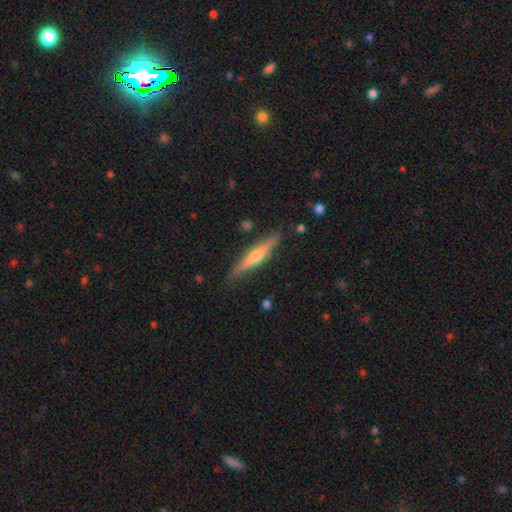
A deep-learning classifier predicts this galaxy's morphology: Overall: featured or disk (58%; smooth 36%). Edge-on disk: yes (95%). Edge-on bulge: rounded (80%). Merging: none (84%).